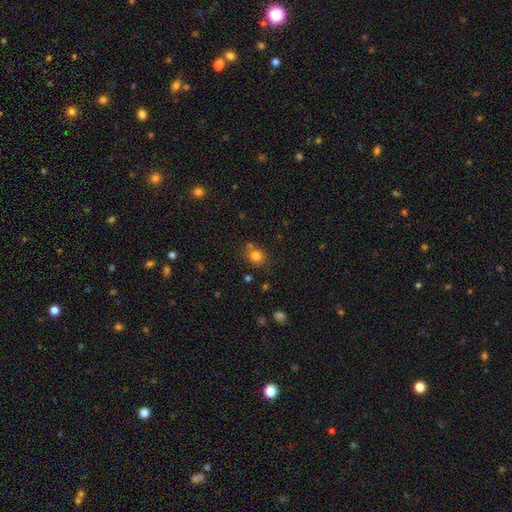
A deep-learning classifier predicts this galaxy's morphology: Smooth or featured? Predicted: smooth (p=0.80). How rounded? Predicted: round (p=0.71). Merging? Predicted: none (p=0.69).